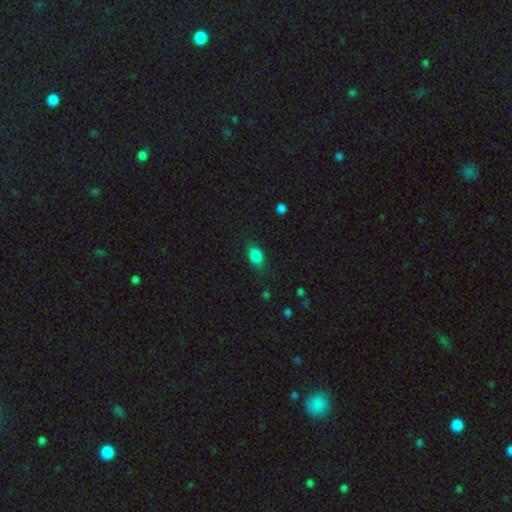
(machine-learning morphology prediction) smooth 81%, star or artifact 10%, featured or disk 10%. Down the decision tree: how rounded — in between (80%); merging — none (79%).